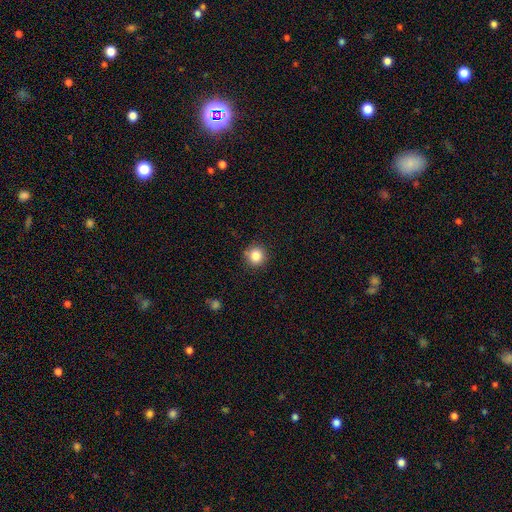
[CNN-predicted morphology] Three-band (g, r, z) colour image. It shows a smooth galaxy with no disk features (85%) that is round (93%). Merging: none (87%).